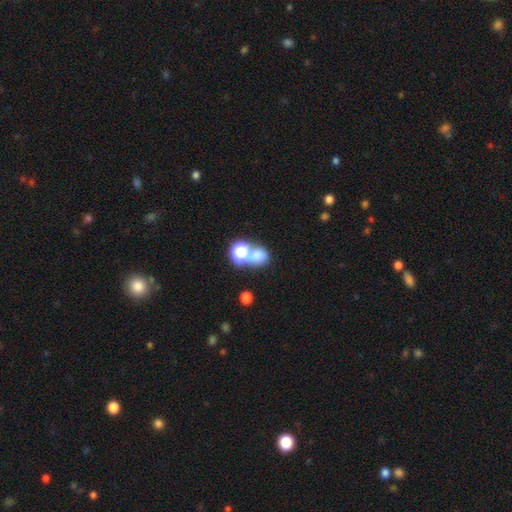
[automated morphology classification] Smooth or featured? Predicted: smooth (p=0.66). How rounded? Predicted: round (p=0.60). Merging? Predicted: merger (p=0.46).